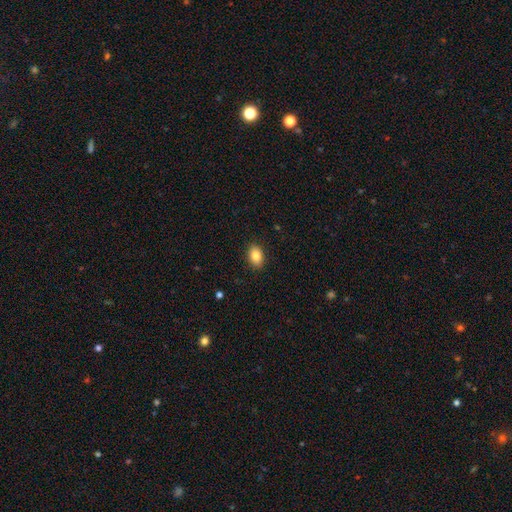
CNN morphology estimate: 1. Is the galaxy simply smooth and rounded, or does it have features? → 85% smooth, 8% star or artifact, 7% featured or disk.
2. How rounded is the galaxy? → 83% in between, 15% round, 1% cigar-shaped.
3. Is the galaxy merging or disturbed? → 89% none, 8% minor disturbance, 2% major disturbance, 1% merger.